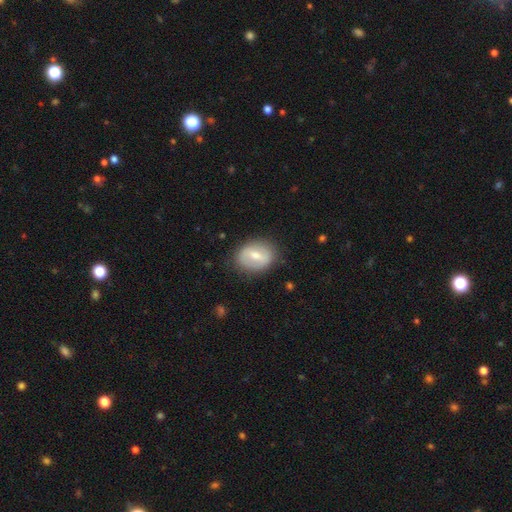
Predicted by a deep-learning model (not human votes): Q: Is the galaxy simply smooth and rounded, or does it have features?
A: smooth — 52%.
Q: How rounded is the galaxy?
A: in between — 61%.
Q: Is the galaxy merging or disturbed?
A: none — 80%.